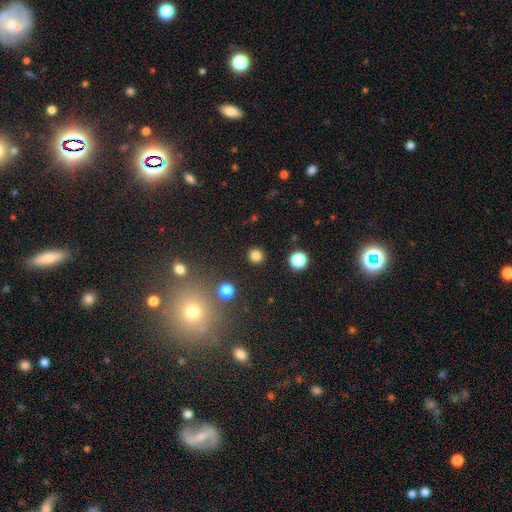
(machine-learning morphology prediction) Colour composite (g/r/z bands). It shows a smooth galaxy with no disk features (81%) that is round (93%). Merging: none (91%).